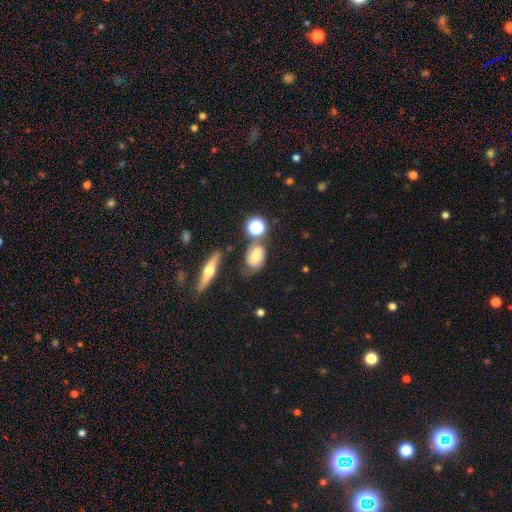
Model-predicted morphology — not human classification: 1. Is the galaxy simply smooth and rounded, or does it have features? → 54% smooth, 32% featured or disk, 14% star or artifact.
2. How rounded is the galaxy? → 73% in between, 23% round, 3% cigar-shaped.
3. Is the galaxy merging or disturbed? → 59% none, 20% minor disturbance, 14% merger, 7% major disturbance.